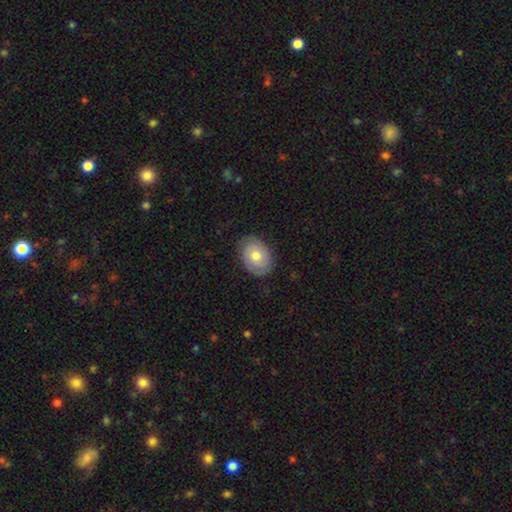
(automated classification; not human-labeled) This is possibly a smooth galaxy (53%). How rounded: likely in between (75%). Merging: likely none (79%).